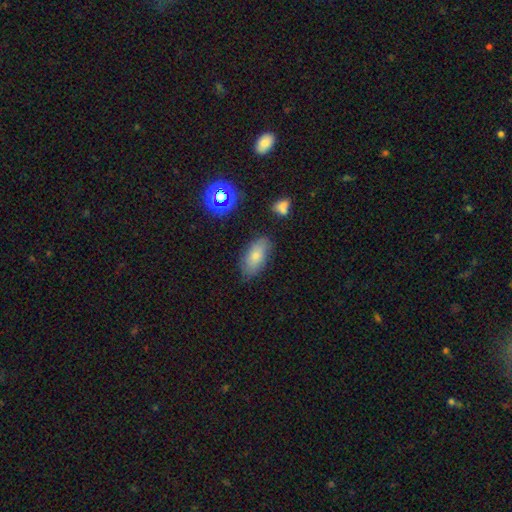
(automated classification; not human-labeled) The model was most divided on "merging": none: 75%, minor disturbance: 18%, major disturbance: 4%, merger: 3%. More confident: how rounded — in between (90%); smooth or featured — smooth (75%).